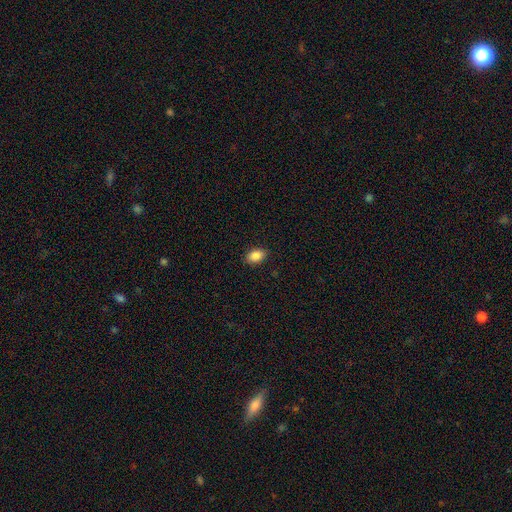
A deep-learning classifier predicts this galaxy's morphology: smooth-or-featured: smooth: 88% | star or artifact: 8% | featured or disk: 4%
  how-rounded: in between: 85% | round: 14% | cigar-shaped: 1%
  merging: none: 89% | minor disturbance: 8% | major disturbance: 2% | merger: 1%